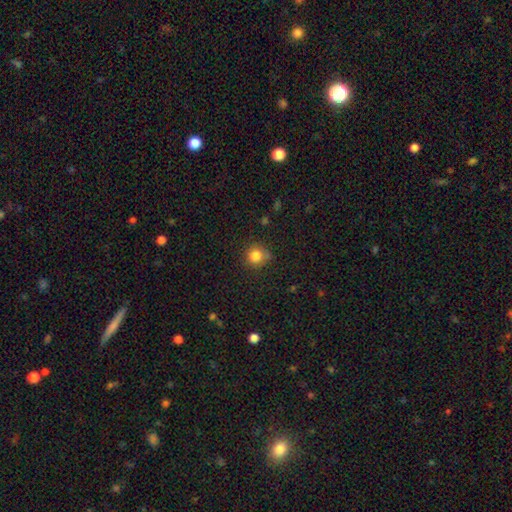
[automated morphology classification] Overall: smooth (83%). How rounded: round (90%). Merging: none (76%).